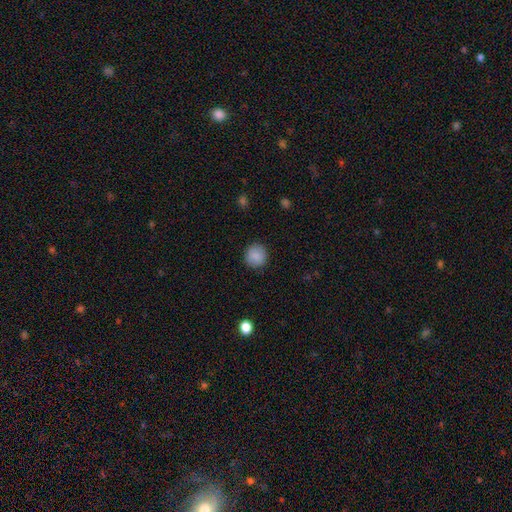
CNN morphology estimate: Smooth or featured? Predicted: smooth (p=0.88). How rounded? Predicted: round (p=0.92). Merging? Predicted: none (p=0.90).